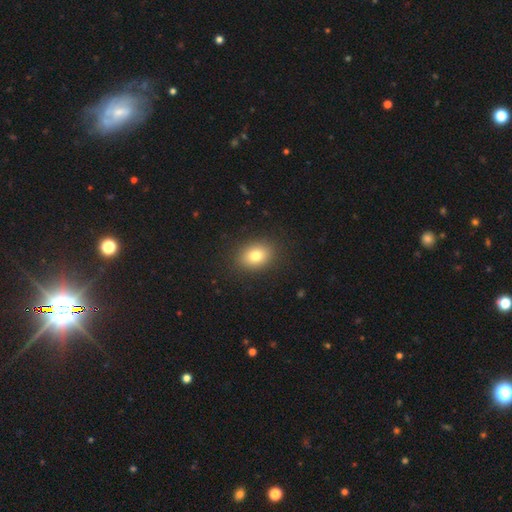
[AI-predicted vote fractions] The model was most divided on "how rounded": in between: 65%, round: 34%, cigar-shaped: 1%. More confident: merging — none (89%); smooth or featured — smooth (79%).